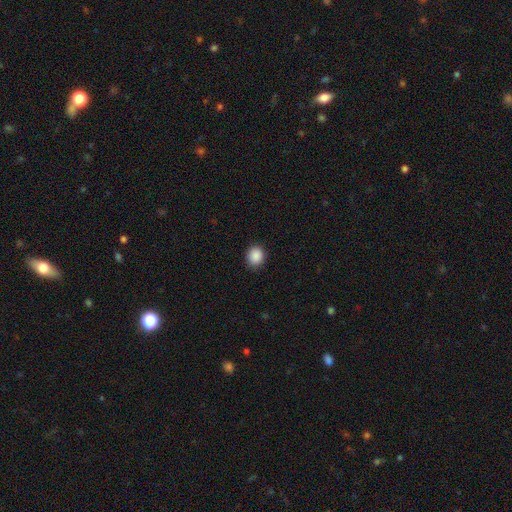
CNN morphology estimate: Smooth or featured? Predicted: smooth (p=0.89). How rounded? Predicted: round (p=0.68). Merging? Predicted: none (p=0.88).